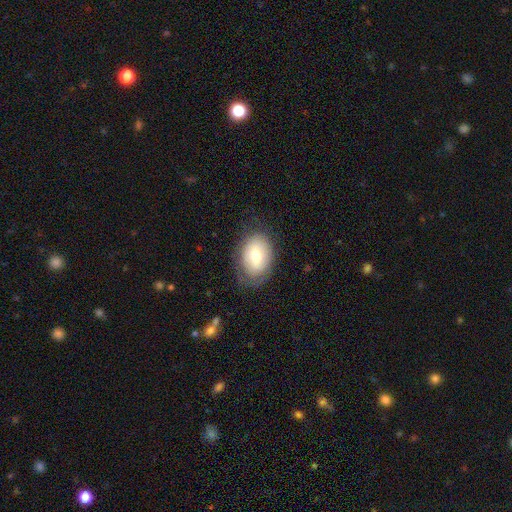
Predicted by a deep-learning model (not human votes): This is likely a smooth galaxy (65%). How rounded: likely in between (80%). Merging: likely none (73%).